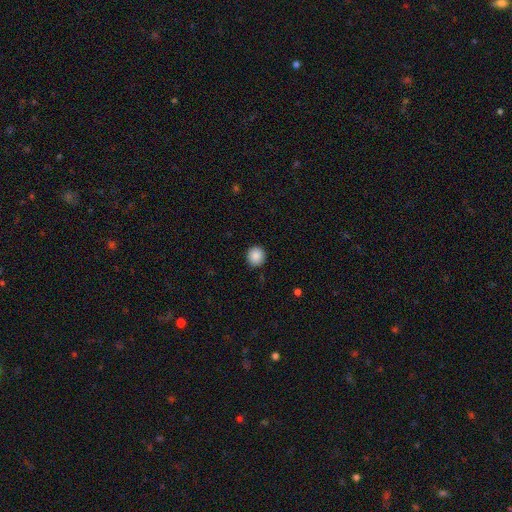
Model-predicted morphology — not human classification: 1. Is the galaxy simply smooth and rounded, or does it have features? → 88% smooth, 9% star or artifact, 3% featured or disk.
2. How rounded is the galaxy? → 91% round, 8% in between, 1% cigar-shaped.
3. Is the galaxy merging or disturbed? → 91% none, 6% minor disturbance, 2% major disturbance, 1% merger.